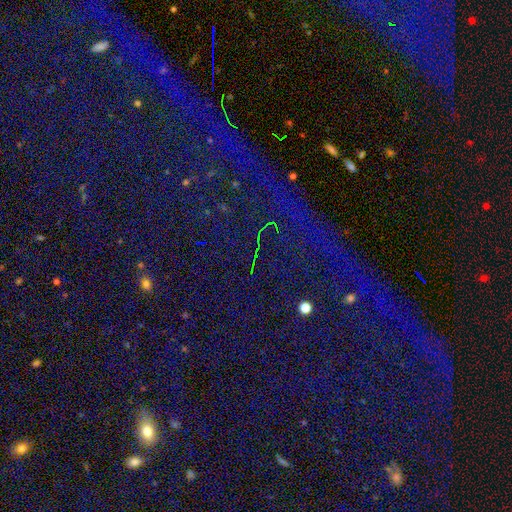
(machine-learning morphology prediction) A star or artifact, not a galaxy (78%).

Vote fractions:
- Smooth or featured? star or artifact: 78% / smooth: 13% / featured or disk: 9%